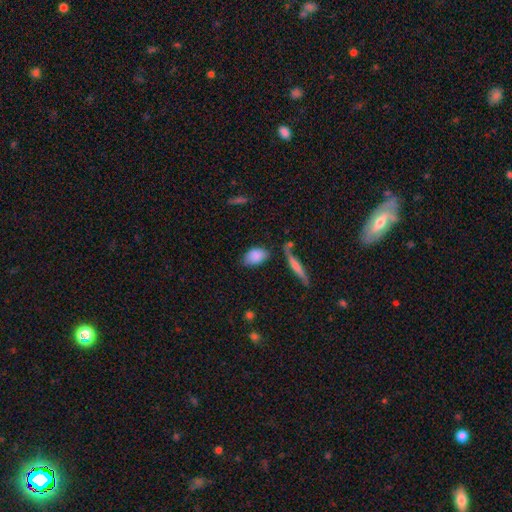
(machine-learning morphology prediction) type=smooth (86%); roundness=in between (91%); merging=none (68%).